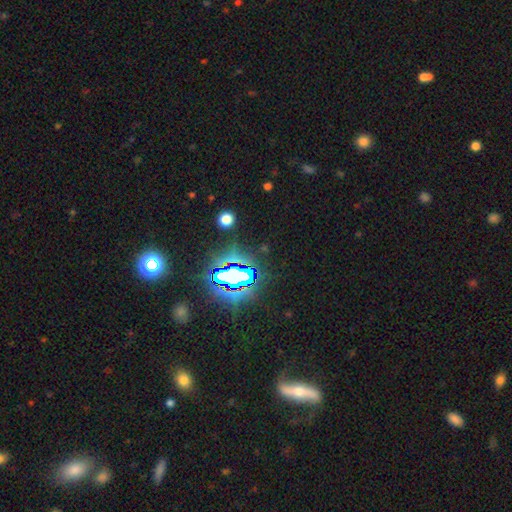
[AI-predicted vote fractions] A star or artifact, not a galaxy (79%).

Vote fractions:
- Smooth or featured? star or artifact: 79% / smooth: 12% / featured or disk: 9%